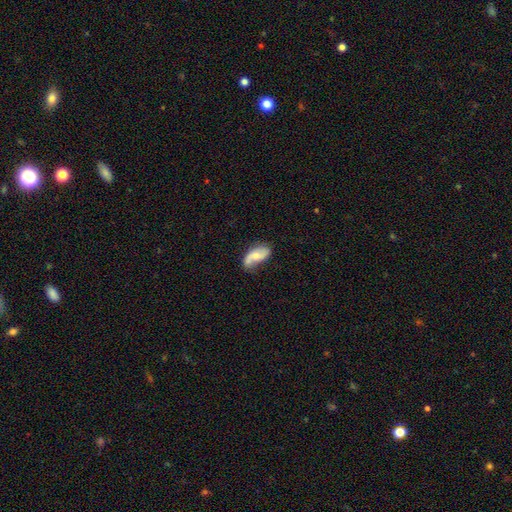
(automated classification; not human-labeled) Smooth or featured? featured or disk (50%)
Edge-on disk? no (93%)
Merging? none (49%)